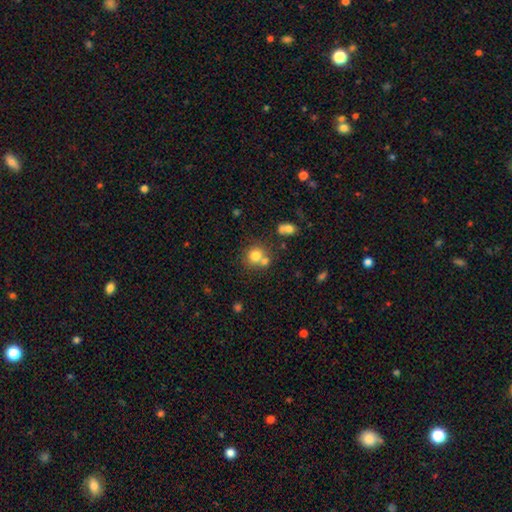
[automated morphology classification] Smooth or featured: smooth — 77% (star or artifact — 12%)
How rounded: round — 84% (in between — 15%)
Merging: none — 54% (merger — 33%)